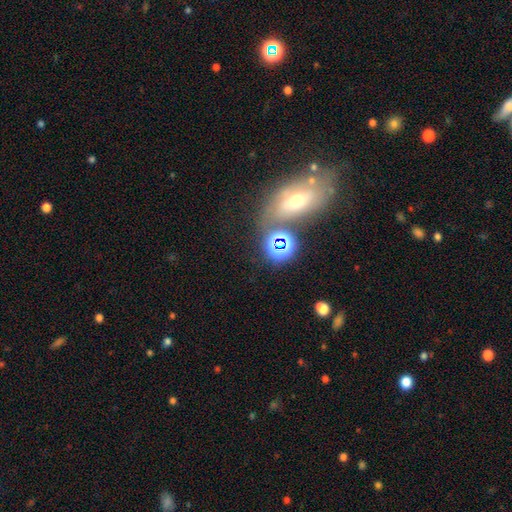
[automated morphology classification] This is possibly a featured or disk galaxy (51%). It is clearly not viewed edge-on (88%). Merging: possibly none (48%).